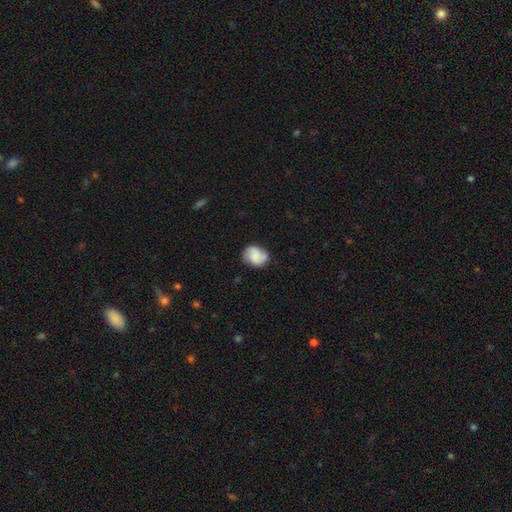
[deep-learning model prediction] A smooth galaxy with no disk features (53%) that is round (56%).

Vote fractions:
- Smooth or featured? smooth: 53% / featured or disk: 38% / star or artifact: 9%
- How rounded? round: 56% / in between: 43% / cigar-shaped: 1%
- Merging? none: 63% / minor disturbance: 24% / major disturbance: 8% / merger: 5%